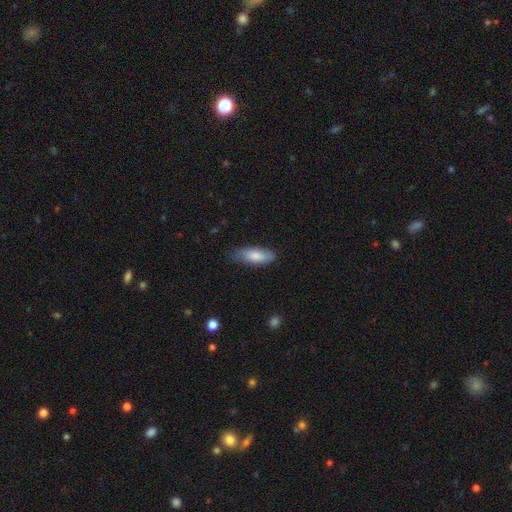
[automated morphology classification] This appears to be a smooth galaxy with no disk features (82%) that is in between round and cigar-shaped (74%). Merging: none (73%).